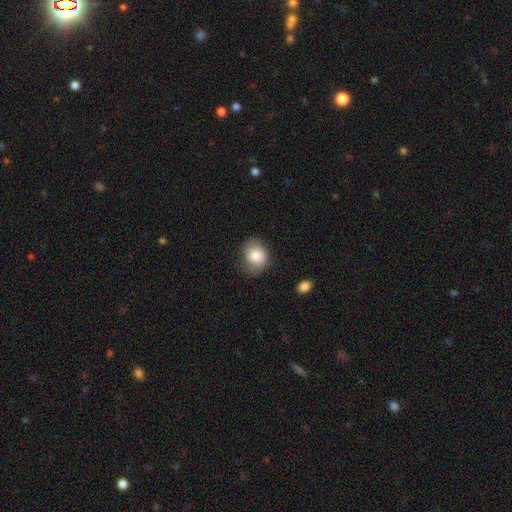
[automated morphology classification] Smooth or featured? Predicted: smooth (p=0.82). How rounded? Predicted: round (p=0.53). Merging? Predicted: none (p=0.73).